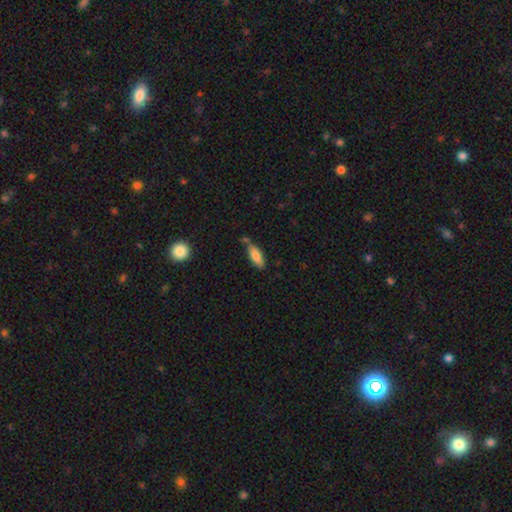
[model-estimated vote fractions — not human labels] Smooth or featured? smooth (81%)
How rounded? in between (72%)
Merging? none (69%)